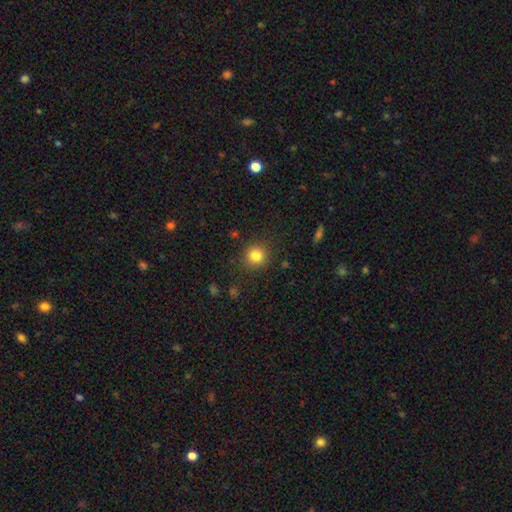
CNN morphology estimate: Q: Smooth or featured?
A: smooth (82%); runner-up: star or artifact (12%)
Q: How rounded?
A: round (90%); runner-up: in between (9%)
Q: Merging?
A: none (88%); runner-up: minor disturbance (8%)